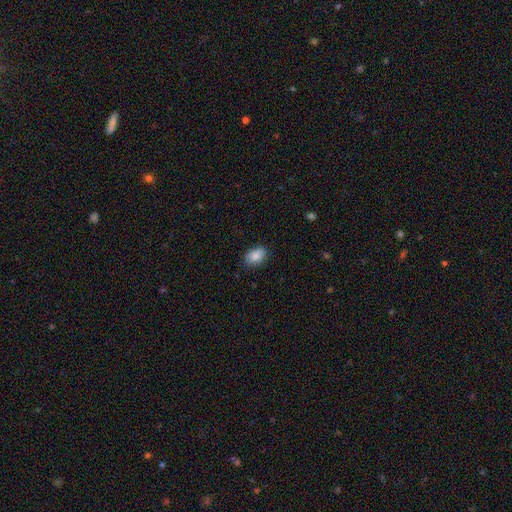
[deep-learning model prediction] Overall: smooth (86%). How rounded: in between (84%). Merging: none (83%).